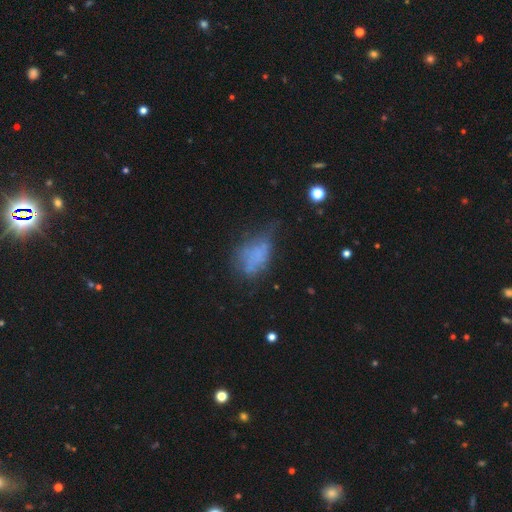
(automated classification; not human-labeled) smooth-or-featured: smooth: 49% | featured or disk: 34% | star or artifact: 17%
  merging: minor disturbance: 32% | major disturbance: 31% | none: 30% | merger: 6%